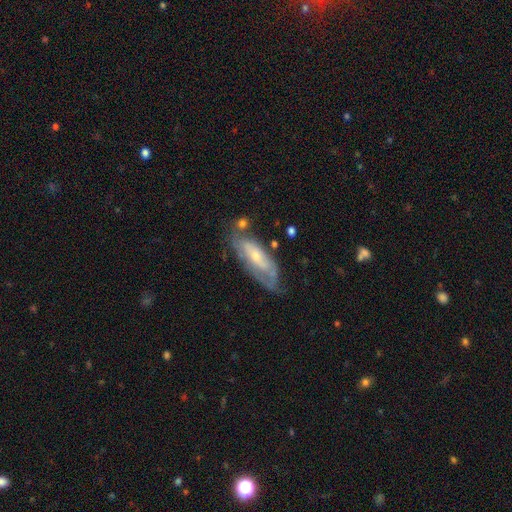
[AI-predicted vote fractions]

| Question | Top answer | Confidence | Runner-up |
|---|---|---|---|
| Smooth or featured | featured or disk | 62% | smooth (31%) |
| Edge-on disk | no | 81% | yes (19%) |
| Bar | no | 67% | weak (25%) |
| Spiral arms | yes | 64% | no (36%) |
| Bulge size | small | 62% | moderate (32%) |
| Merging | none | 50% | minor disturbance (28%) |